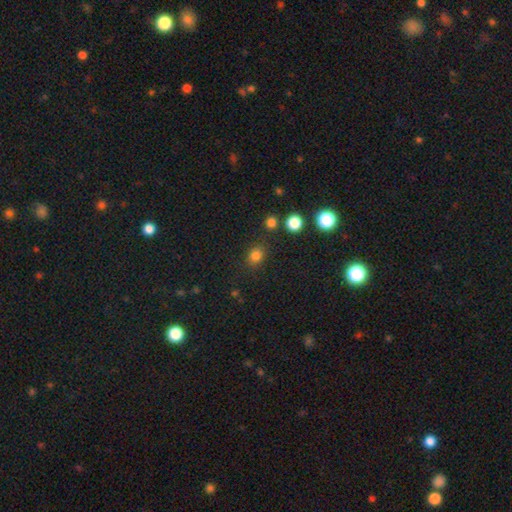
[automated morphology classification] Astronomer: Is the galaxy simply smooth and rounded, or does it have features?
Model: smooth — 80%.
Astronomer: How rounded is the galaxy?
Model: round — 63%.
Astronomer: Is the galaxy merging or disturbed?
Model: none — 82%.